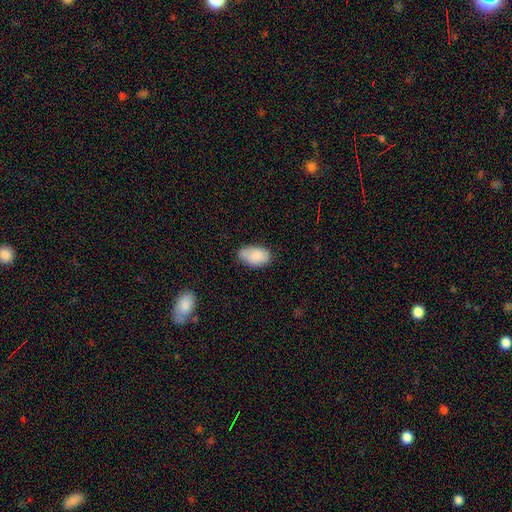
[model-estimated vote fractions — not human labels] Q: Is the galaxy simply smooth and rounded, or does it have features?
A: smooth — 86%.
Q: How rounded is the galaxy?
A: in between — 93%.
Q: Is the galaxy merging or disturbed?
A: none — 69%.